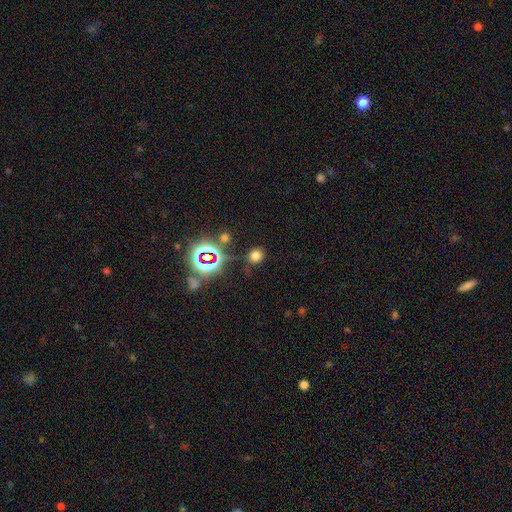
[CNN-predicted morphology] type=smooth (66%); roundness=round (78%); merging=none (78%).